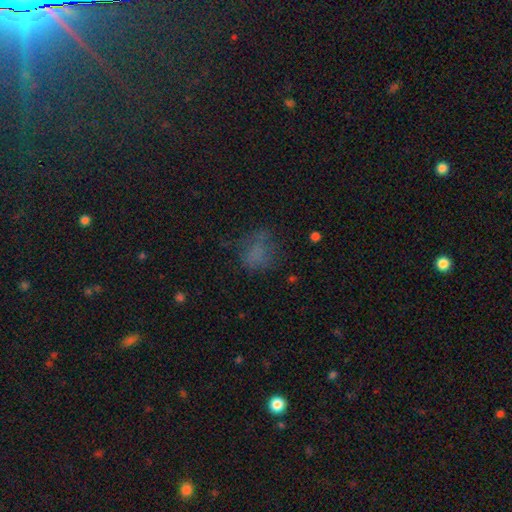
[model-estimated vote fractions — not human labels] This is likely a smooth galaxy (64%). How rounded: possibly round (54%). Merging: possibly none (55%).